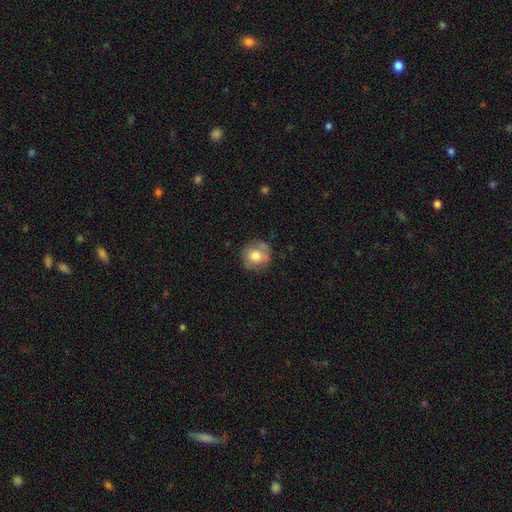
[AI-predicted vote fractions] smooth 70%, featured or disk 21%, star or artifact 8%. Down the decision tree: how rounded — round (89%); merging — none (74%).